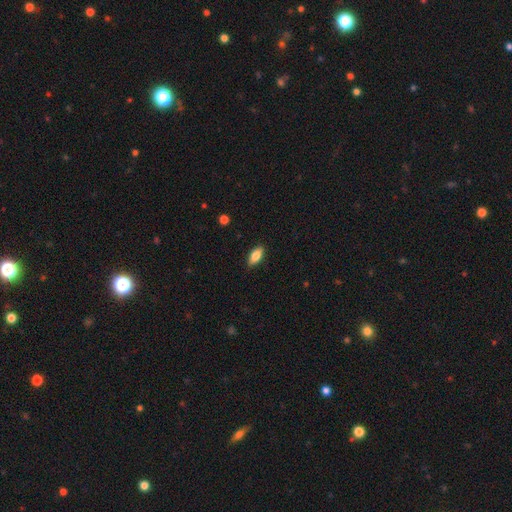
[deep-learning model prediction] The model was most divided on "smooth or featured": smooth: 81%, featured or disk: 13%, star or artifact: 7%. More confident: merging — none (88%); how rounded — in between (84%).